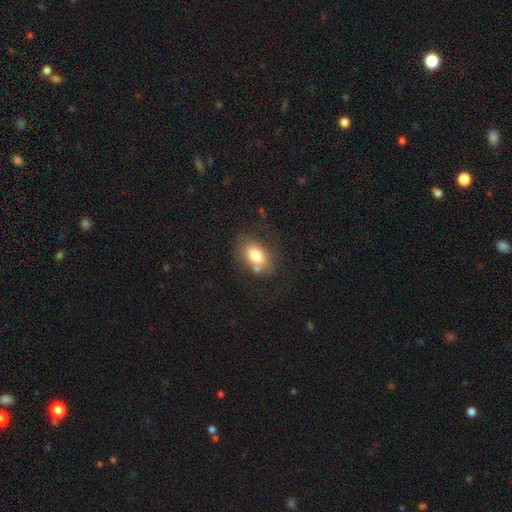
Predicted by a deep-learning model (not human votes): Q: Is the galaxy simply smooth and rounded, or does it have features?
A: smooth — 77%.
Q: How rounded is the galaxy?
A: in between — 87%.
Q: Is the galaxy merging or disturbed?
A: none — 64%.